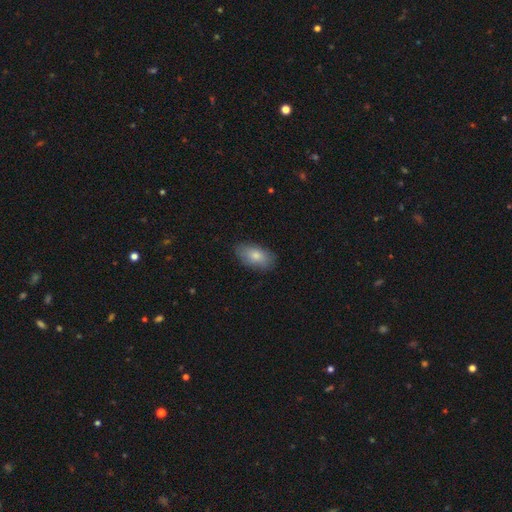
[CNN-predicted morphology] smooth_or_featured: smooth (p=0.81) [alt: featured or disk p=0.13]
how_rounded: in between (p=0.92) [alt: round p=0.05]
merging: none (p=0.82) [alt: minor disturbance p=0.14]